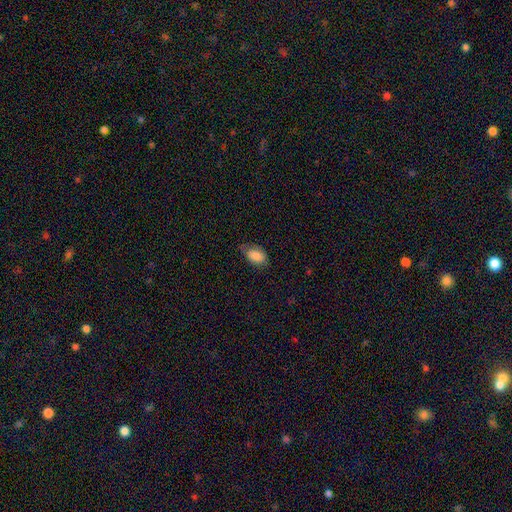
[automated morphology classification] Smooth or featured?
  - smooth: 86% *
  - star or artifact: 7%
  - featured or disk: 7%
How rounded?
  - in between: 90% *
  - round: 8%
  - cigar-shaped: 2%
Merging?
  - none: 62% *
  - minor disturbance: 30%
  - major disturbance: 7%
  - merger: 1%